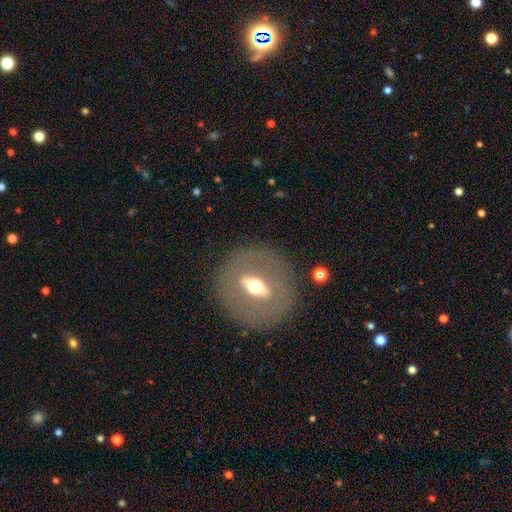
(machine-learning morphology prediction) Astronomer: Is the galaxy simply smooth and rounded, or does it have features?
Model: featured or disk — 53% (runner-up: smooth, 35%).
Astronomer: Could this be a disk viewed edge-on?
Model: no — 78%.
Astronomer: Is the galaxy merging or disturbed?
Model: none — 85%.